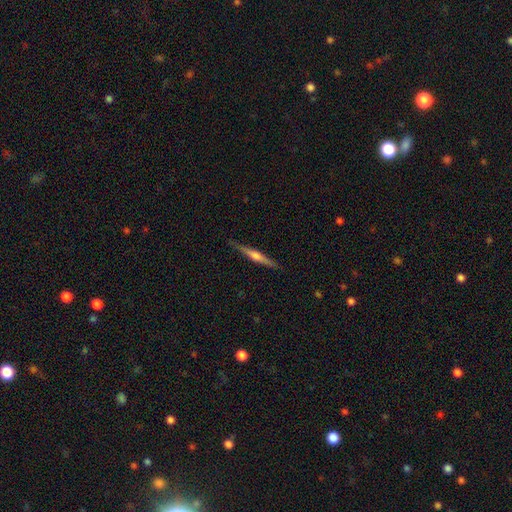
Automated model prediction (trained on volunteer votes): A featured or disk galaxy (66%) viewed edge-on (98%) with a rounded central bulge (78%). Merging: none (89%).